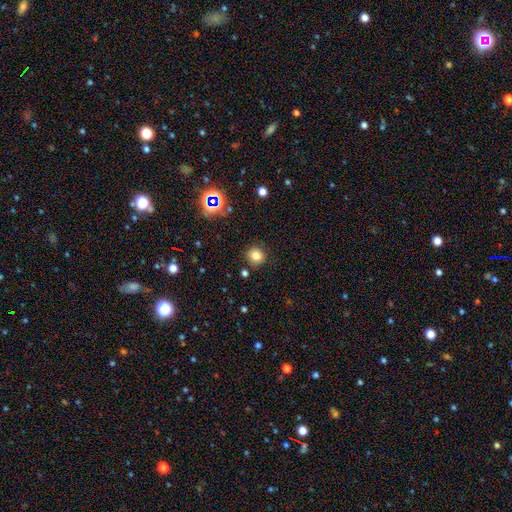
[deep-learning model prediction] Morphology: type=smooth (77%); roundness=round (91%); merging=none (87%).